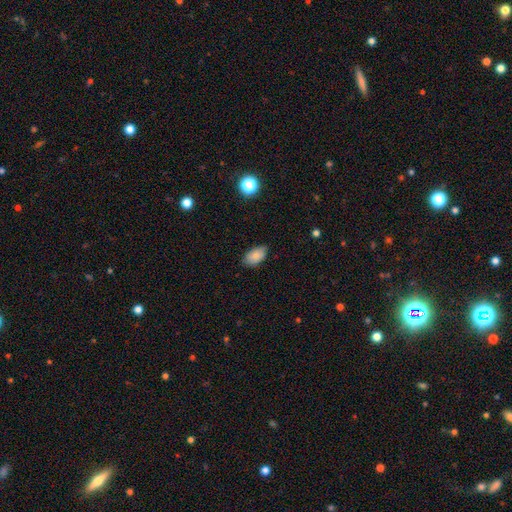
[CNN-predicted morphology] Smooth or featured?
  - smooth: 80% *
  - featured or disk: 12%
  - star or artifact: 8%
How rounded?
  - in between: 93% *
  - round: 5%
  - cigar-shaped: 2%
Merging?
  - none: 77% *
  - minor disturbance: 19%
  - major disturbance: 3%
  - merger: 1%